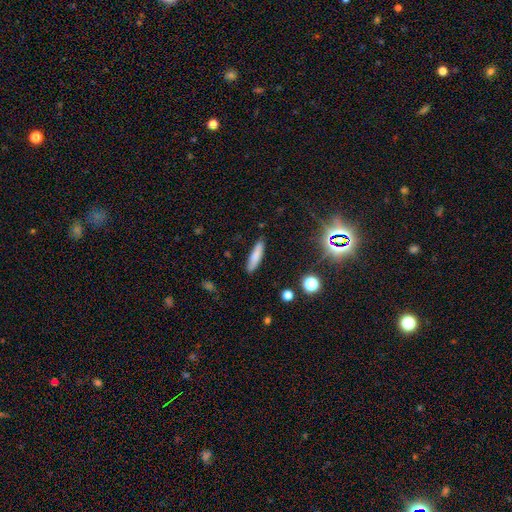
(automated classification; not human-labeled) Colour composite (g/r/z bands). It shows a smooth galaxy with no disk features (78%) that is cigar-shaped (79%). Merging: none (86%).